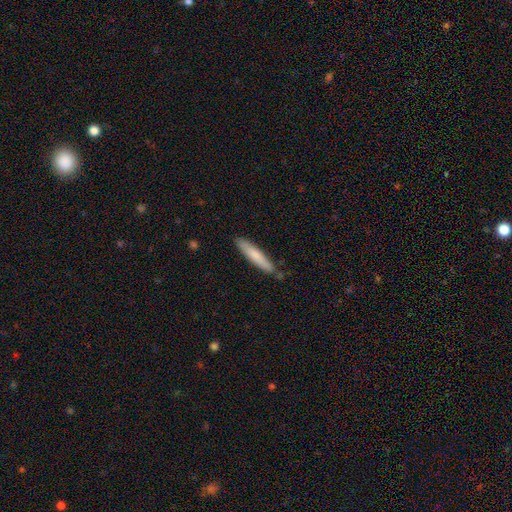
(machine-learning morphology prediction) This is likely a smooth galaxy (75%). How rounded: clearly cigar-shaped (90%). Merging: clearly none (81%).